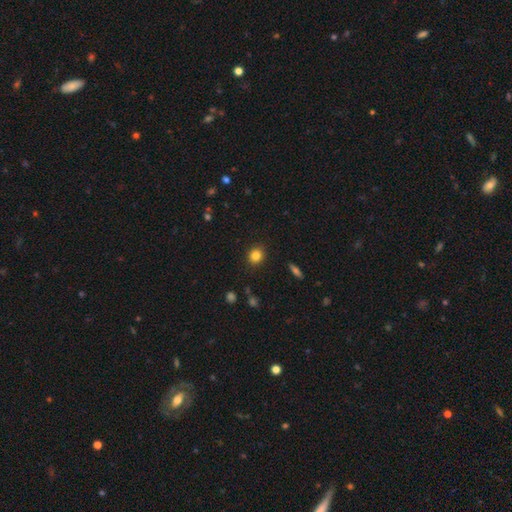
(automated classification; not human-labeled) This appears to be a smooth galaxy with no disk features (83%) that is round (75%). Merging: none (89%).